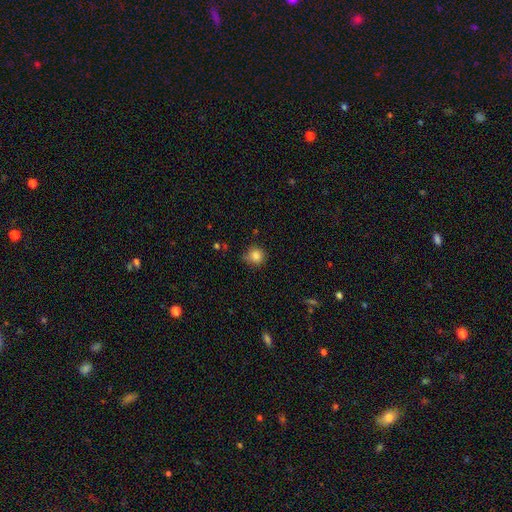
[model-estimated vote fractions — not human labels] smooth_or_featured: smooth (p=0.84) [alt: star or artifact p=0.11]
how_rounded: round (p=0.89) [alt: in between p=0.10]
merging: none (p=0.73) [alt: minor disturbance p=0.21]